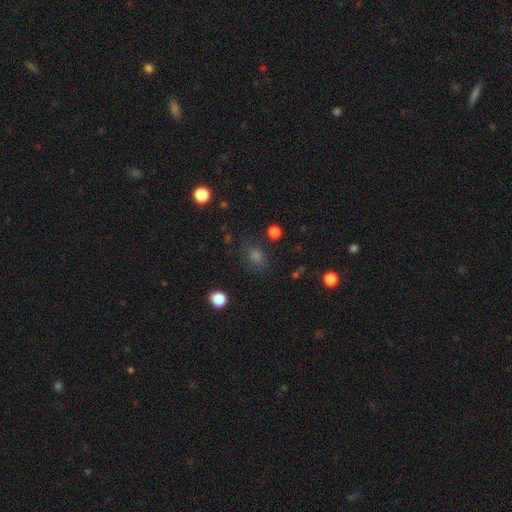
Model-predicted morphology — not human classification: Smooth or featured: smooth — 63% (star or artifact — 28%)
How rounded: in between — 53% (round — 46%)
Merging: none — 77% (minor disturbance — 14%)